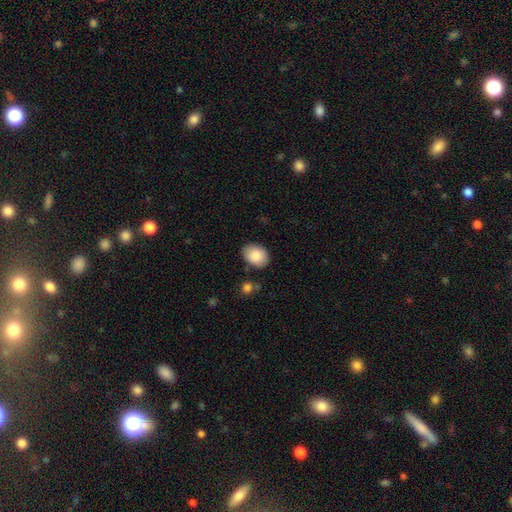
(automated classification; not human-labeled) smooth 88%, star or artifact 6%, featured or disk 6%. Down the decision tree: how rounded — in between (69%); merging — none (80%).